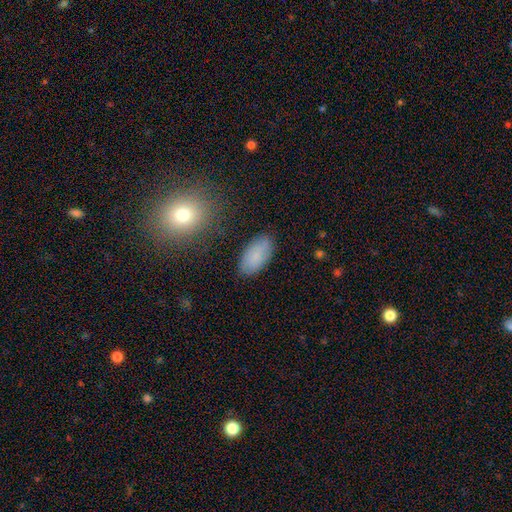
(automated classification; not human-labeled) Smooth or featured?
  - smooth: 82% *
  - featured or disk: 10%
  - star or artifact: 8%
How rounded?
  - in between: 94% *
  - cigar-shaped: 3%
  - round: 3%
Merging?
  - none: 83% *
  - minor disturbance: 12%
  - major disturbance: 3%
  - merger: 2%